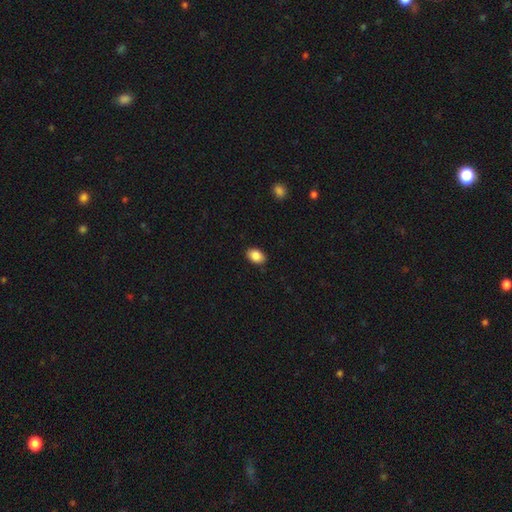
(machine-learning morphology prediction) smooth-or-featured: smooth: 88% | star or artifact: 8% | featured or disk: 4%
  how-rounded: in between: 80% | round: 19% | cigar-shaped: 1%
  merging: none: 89% | minor disturbance: 8% | major disturbance: 2% | merger: 1%